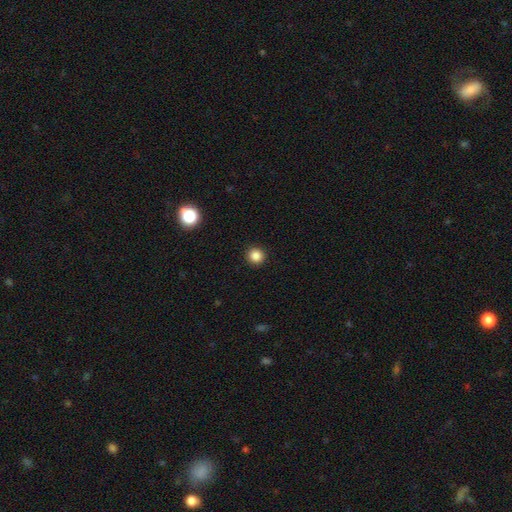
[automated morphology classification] smooth 85%, star or artifact 11%, featured or disk 3%. Down the decision tree: how rounded — round (94%); merging — none (93%).